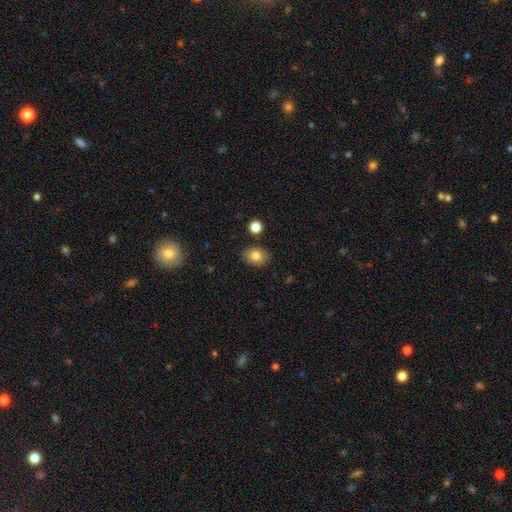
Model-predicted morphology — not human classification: type=smooth (80%); roundness=in between (63%); merging=none (84%).